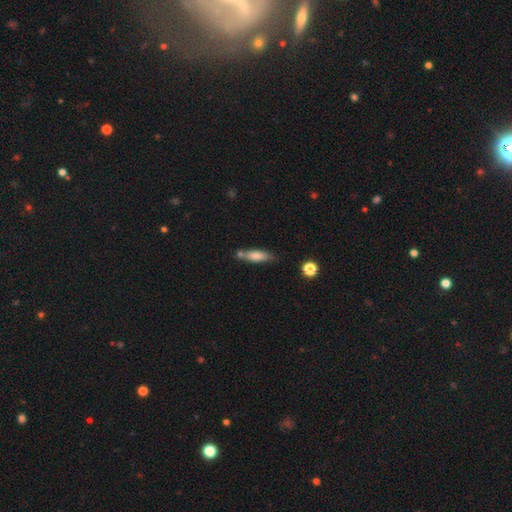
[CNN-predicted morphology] Overall: smooth (74%). How rounded: cigar-shaped (58%; in between 40%). Merging: none (57%; minor disturbance 19%).